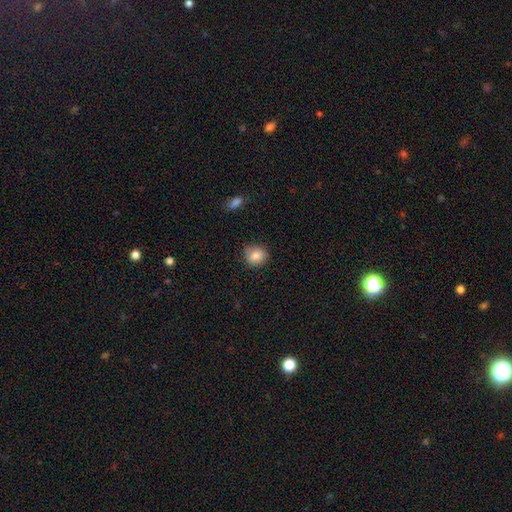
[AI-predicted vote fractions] Smooth or featured: smooth — 82% (featured or disk — 9%)
How rounded: round — 80% (in between — 19%)
Merging: none — 82% (minor disturbance — 14%)